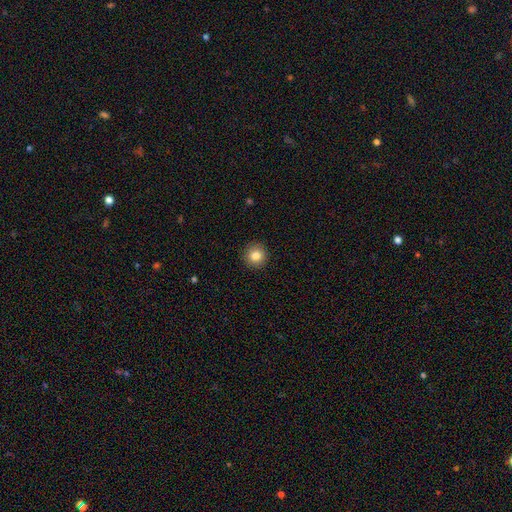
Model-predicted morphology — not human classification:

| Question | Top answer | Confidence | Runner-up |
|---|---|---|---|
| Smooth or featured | smooth | 83% | star or artifact (10%) |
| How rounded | round | 95% | in between (4%) |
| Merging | none | 93% | minor disturbance (5%) |